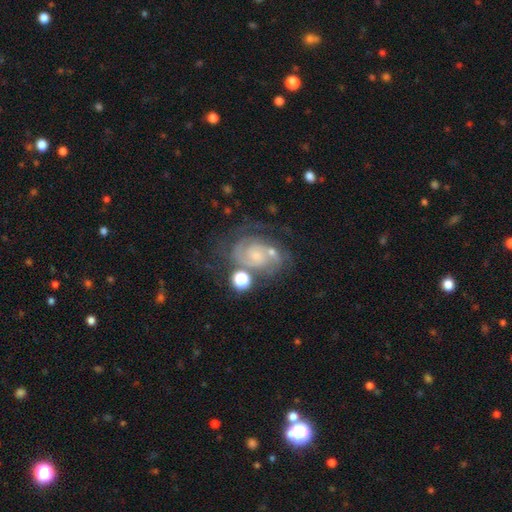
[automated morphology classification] smooth_or_featured: featured or disk (p=0.83) [alt: smooth p=0.09]
disk_edge_on: no (p=0.98) [alt: yes p=0.02]
bar: no (p=0.64) [alt: weak p=0.30]
has_spiral_arms: yes (p=0.96) [alt: no p=0.04]
spiral_winding: tight (p=0.56) [alt: medium p=0.36]
spiral_arm_count: 2 (p=0.61) [alt: can't tell p=0.16]
bulge_size: small (p=0.64) [alt: moderate p=0.23]
merging: none (p=0.56) [alt: minor disturbance p=0.18]